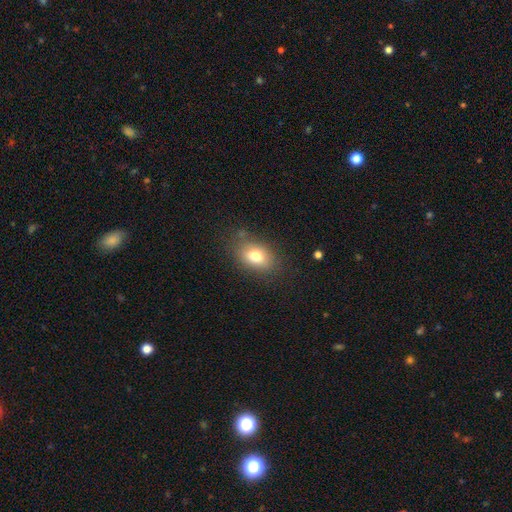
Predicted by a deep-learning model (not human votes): Smooth or featured: smooth — 77% (featured or disk — 13%)
How rounded: in between — 78% (round — 20%)
Merging: none — 77% (minor disturbance — 16%)